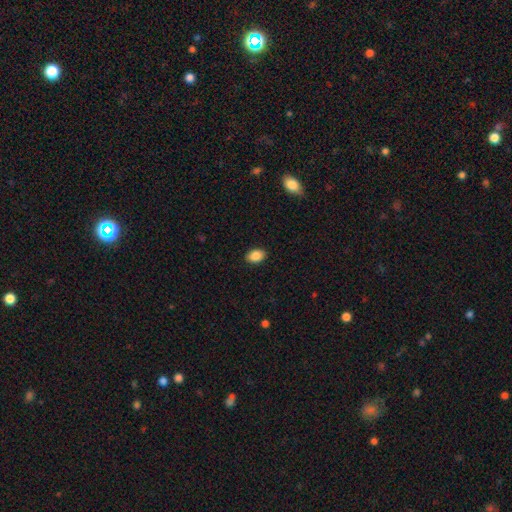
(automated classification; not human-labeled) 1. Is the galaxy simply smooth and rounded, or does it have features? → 88% smooth, 8% star or artifact, 4% featured or disk.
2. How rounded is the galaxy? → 83% in between, 16% round, 1% cigar-shaped.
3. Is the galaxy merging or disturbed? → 89% none, 8% minor disturbance, 2% major disturbance, 1% merger.